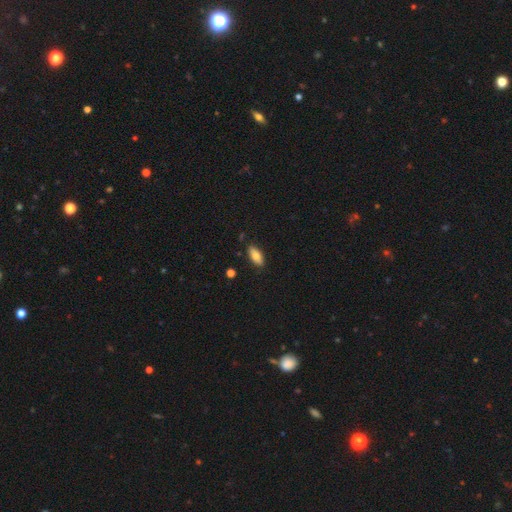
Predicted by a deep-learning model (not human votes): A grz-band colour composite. It shows a smooth galaxy with no disk features (78%) that is in between round and cigar-shaped (84%). Merging: none (86%).